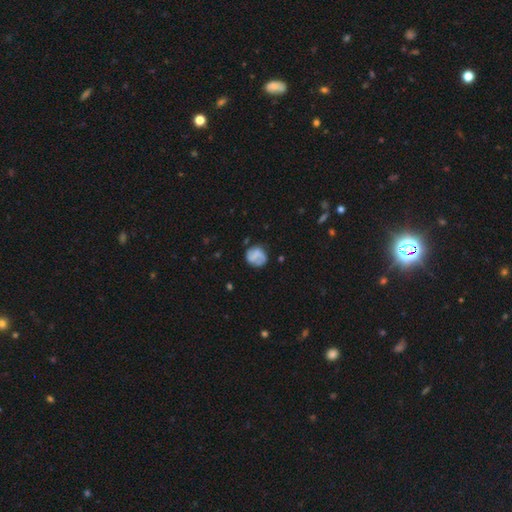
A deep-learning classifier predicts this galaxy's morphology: This is possibly a smooth galaxy (54%). How rounded: likely round (77%). Merging: likely none (61%).